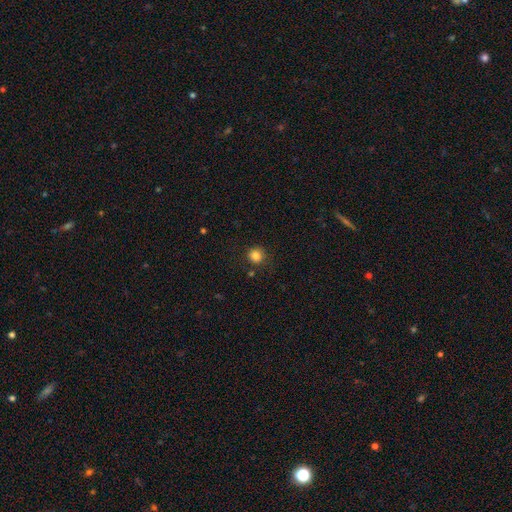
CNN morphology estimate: This is clearly a smooth galaxy (84%). How rounded: clearly round (92%). Merging: clearly none (87%).